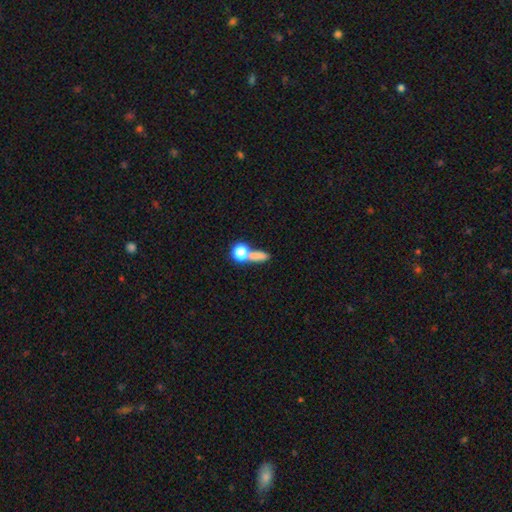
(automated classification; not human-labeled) Smooth or featured? smooth (71%)
How rounded? round (37%)
Merging? none (49%)